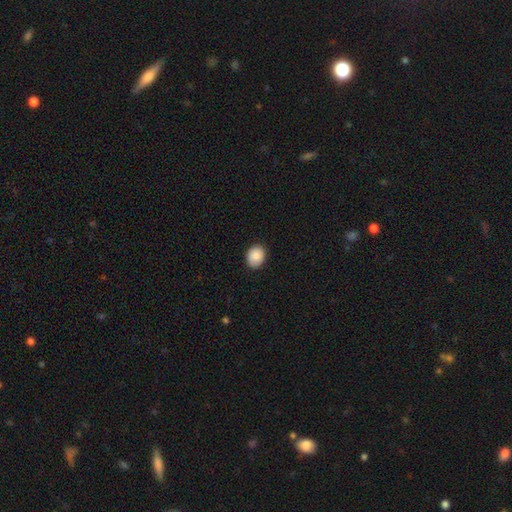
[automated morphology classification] Smooth or featured? smooth (89%)
How rounded? round (56%)
Merging? none (88%)